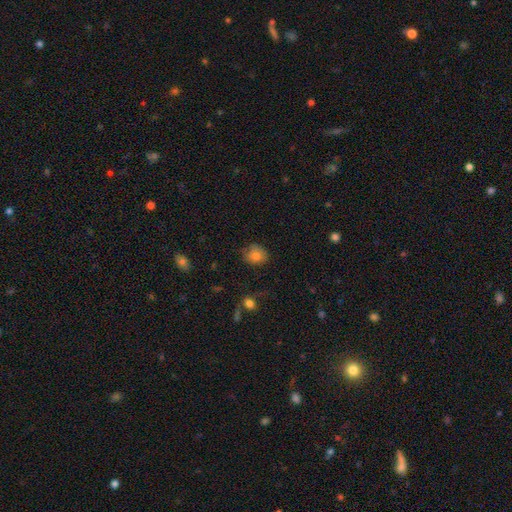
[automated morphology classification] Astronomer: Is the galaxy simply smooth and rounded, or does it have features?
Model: smooth — 80%.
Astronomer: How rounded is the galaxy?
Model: round — 66%.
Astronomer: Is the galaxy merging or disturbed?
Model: none — 70%.